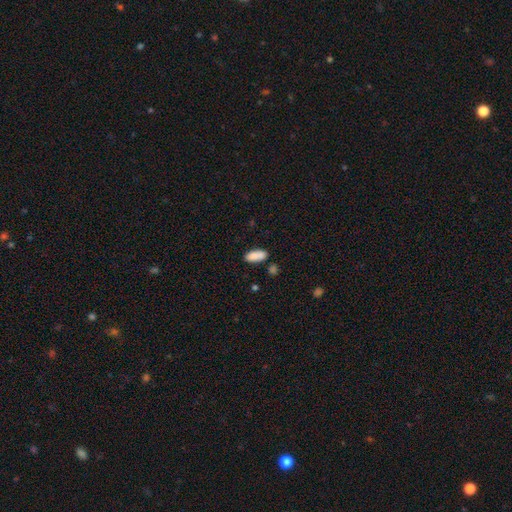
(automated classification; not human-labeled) Smooth or featured? smooth (87%)
How rounded? in between (80%)
Merging? none (76%)